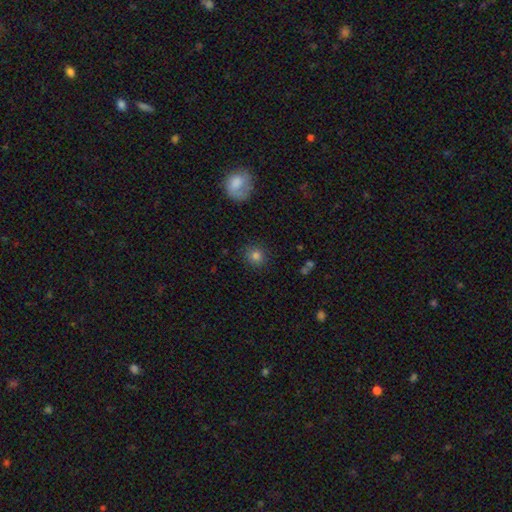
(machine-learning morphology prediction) type=smooth (82%); roundness=round (88%); merging=none (87%).